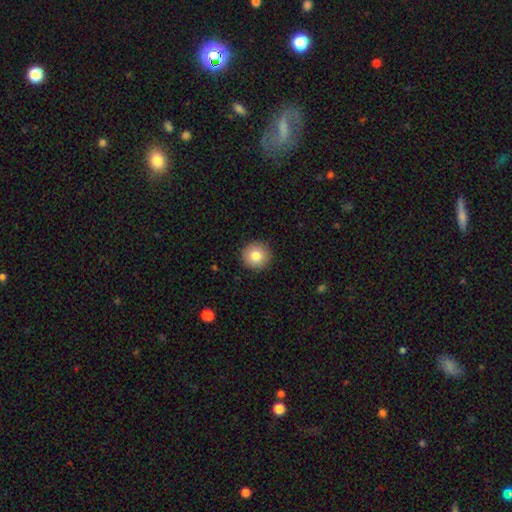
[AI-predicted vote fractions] smooth 81%, featured or disk 10%, star or artifact 9%. Down the decision tree: how rounded — round (95%); merging — none (92%).